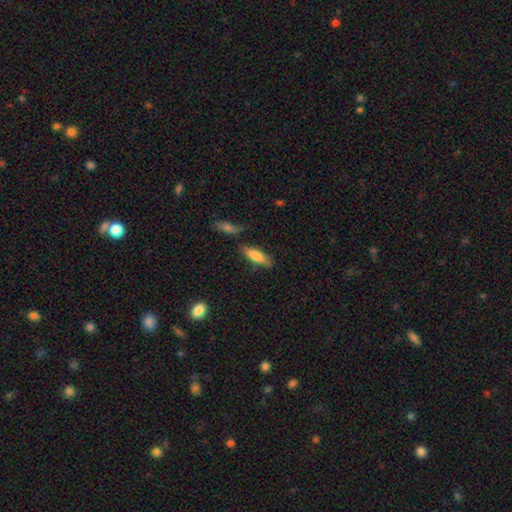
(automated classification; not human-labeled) Morphology: type=smooth (80%); roundness=in between (54%); merging=none (70%).